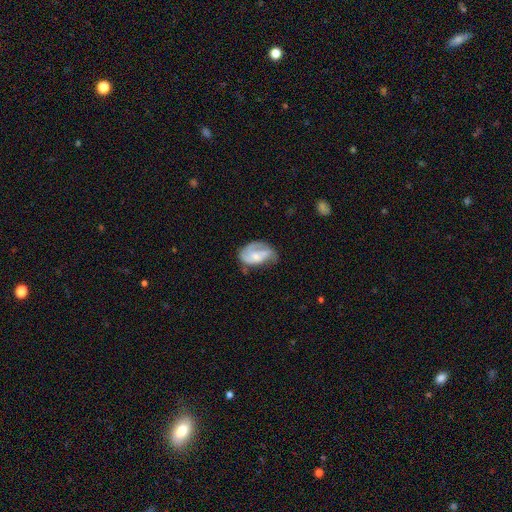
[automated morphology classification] This appears to be a featured or disk galaxy (57%) with no bar (62%), spiral arms (76%) and a small central bulge (46%). Merging: none (38%).